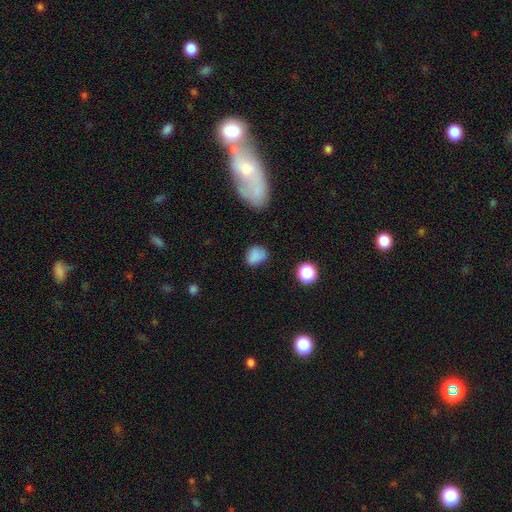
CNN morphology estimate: smooth 83%, star or artifact 11%, featured or disk 6%. Down the decision tree: how rounded — in between (56%); merging — none (69%).